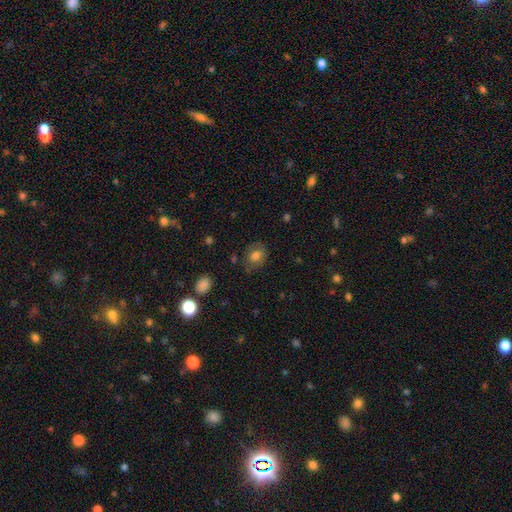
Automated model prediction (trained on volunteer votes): The model was most divided on "how rounded": in between: 53%, round: 46%, cigar-shaped: 1%. More confident: merging — none (72%); smooth or featured — smooth (71%).